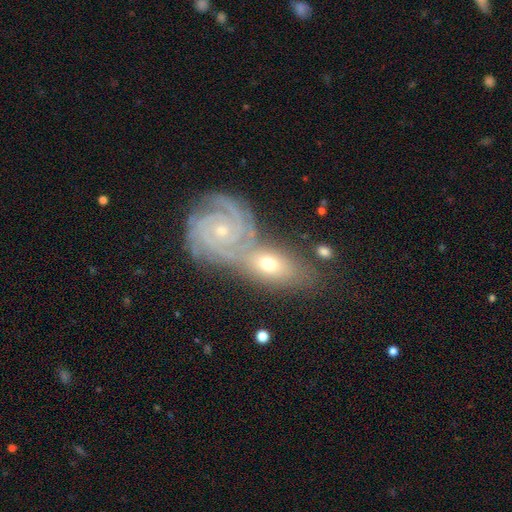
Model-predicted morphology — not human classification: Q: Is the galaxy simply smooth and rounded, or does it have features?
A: featured or disk — 75%.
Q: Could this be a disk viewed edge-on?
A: no — 91%.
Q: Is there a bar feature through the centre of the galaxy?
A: no — 66%.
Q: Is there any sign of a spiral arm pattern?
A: yes — 92%.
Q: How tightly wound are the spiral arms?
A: tight — 73%.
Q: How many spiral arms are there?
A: can't tell — 31%, tied with 2.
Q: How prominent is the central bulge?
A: small — 61%.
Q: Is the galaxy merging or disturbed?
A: merger — 50%.